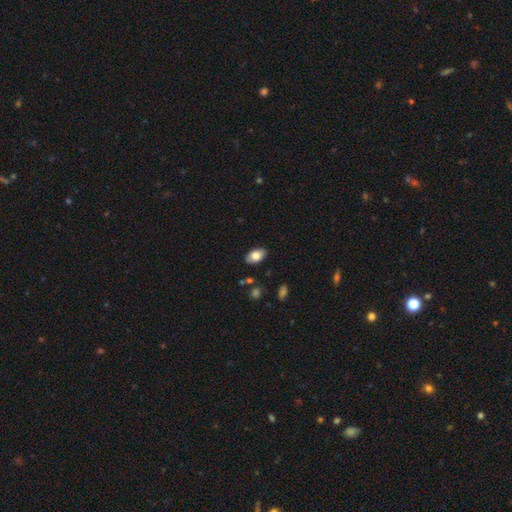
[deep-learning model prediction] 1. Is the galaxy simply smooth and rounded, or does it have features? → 77% smooth, 16% featured or disk, 7% star or artifact.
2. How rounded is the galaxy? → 93% in between, 6% round, 2% cigar-shaped.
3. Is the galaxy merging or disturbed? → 86% none, 11% minor disturbance, 2% major disturbance, 1% merger.